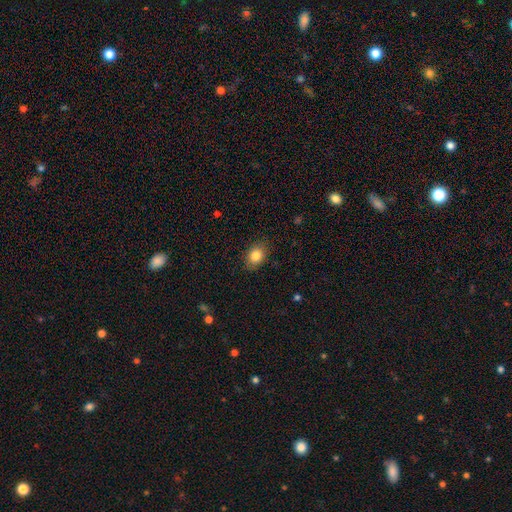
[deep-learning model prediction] smooth-or-featured: smooth: 84% | star or artifact: 9% | featured or disk: 8%
  how-rounded: in between: 71% | round: 28% | cigar-shaped: 1%
  merging: none: 85% | minor disturbance: 12% | major disturbance: 3% | merger: 1%